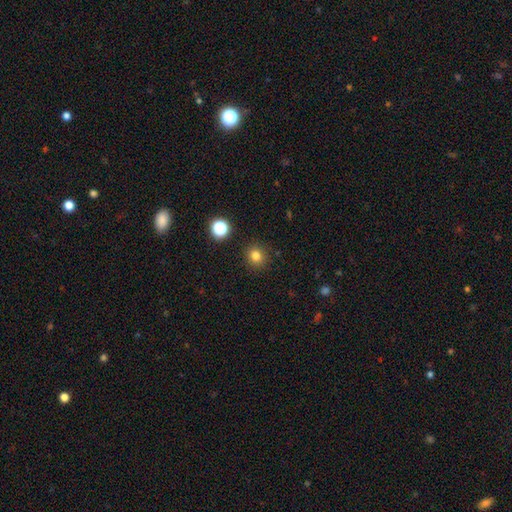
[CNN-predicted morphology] smooth-or-featured: smooth: 80% | star or artifact: 15% | featured or disk: 6%
  how-rounded: round: 87% | in between: 12% | cigar-shaped: 1%
  merging: none: 90% | minor disturbance: 6% | major disturbance: 2% | merger: 2%